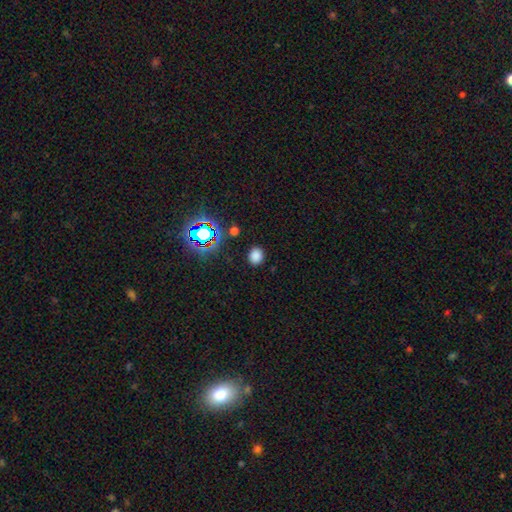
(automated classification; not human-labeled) smooth-or-featured: smooth: 77% | star or artifact: 18% | featured or disk: 5%
  how-rounded: round: 65% | in between: 34% | cigar-shaped: 1%
  merging: none: 88% | minor disturbance: 8% | major disturbance: 3% | merger: 2%